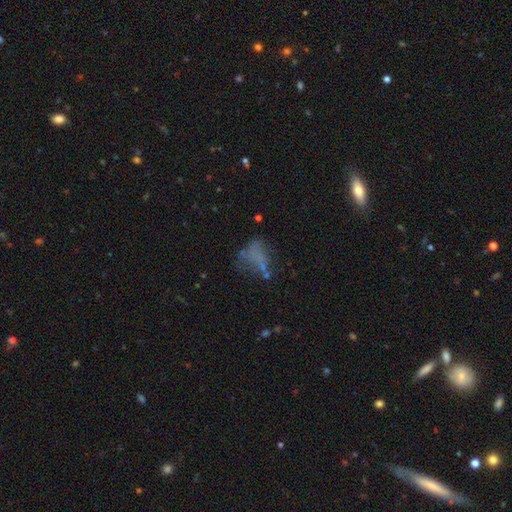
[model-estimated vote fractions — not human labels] Smooth or featured? Predicted: smooth (p=0.44). Merging? Predicted: none (p=0.36).